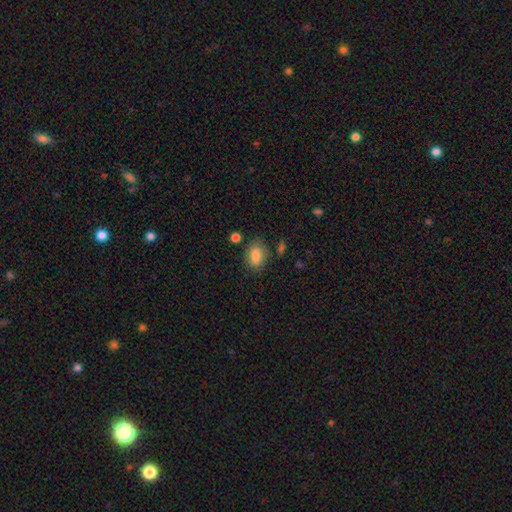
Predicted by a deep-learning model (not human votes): Smooth or featured?
  - smooth: 86% *
  - star or artifact: 8%
  - featured or disk: 6%
How rounded?
  - in between: 78% *
  - round: 20%
  - cigar-shaped: 1%
Merging?
  - none: 74% *
  - minor disturbance: 17%
  - major disturbance: 5%
  - merger: 4%